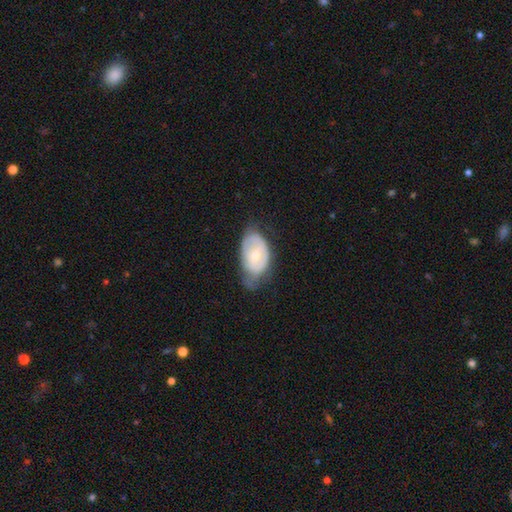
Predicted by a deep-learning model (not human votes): A featured or disk galaxy (51%). Merging: none (41%).